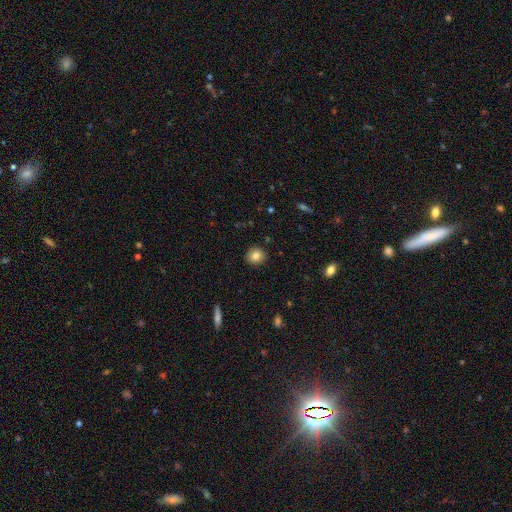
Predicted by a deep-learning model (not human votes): Overall: smooth (82%). How rounded: round (87%). Merging: none (91%).